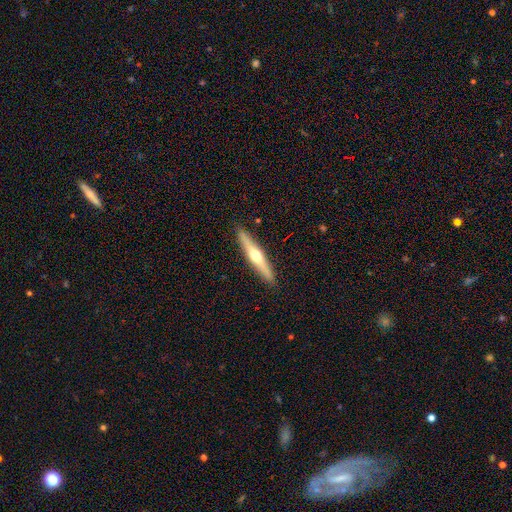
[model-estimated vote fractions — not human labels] Morphology: type=featured or disk (61%); edge-on=yes (96%); edge-on bulge=rounded (90%); merging=none (91%).